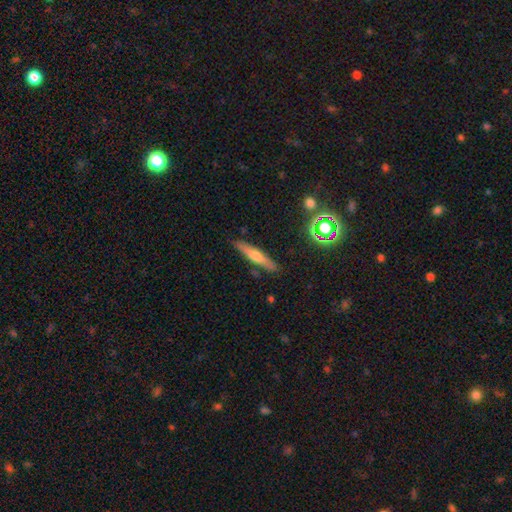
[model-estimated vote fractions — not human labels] Smooth or featured? Predicted: smooth (p=0.46, tied with featured or disk). Merging? Predicted: none (p=0.86).